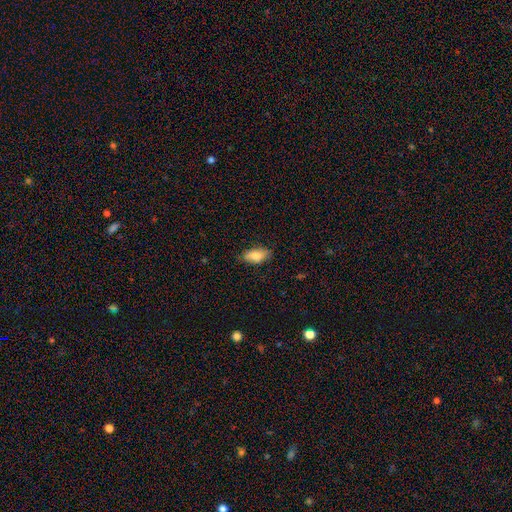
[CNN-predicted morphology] type=smooth (79%); roundness=in between (88%); merging=none (79%).